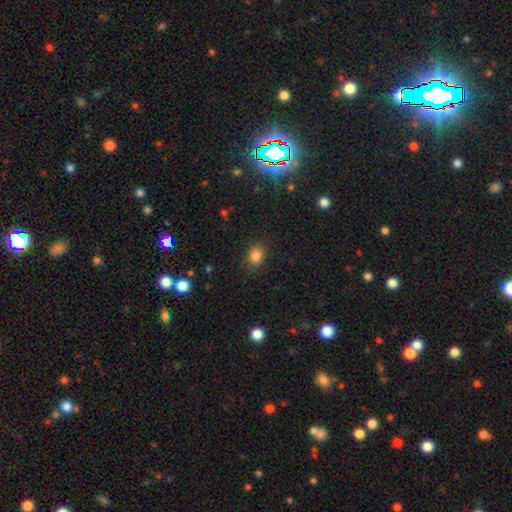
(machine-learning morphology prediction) type=smooth (83%); roundness=in between (52%); merging=none (83%).